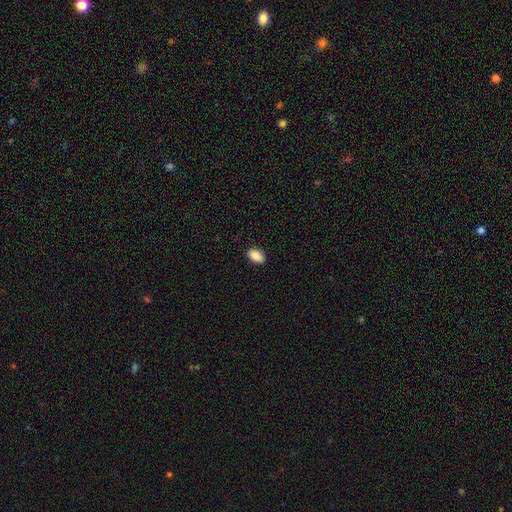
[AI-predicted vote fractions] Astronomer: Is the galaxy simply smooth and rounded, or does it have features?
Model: smooth — 90%.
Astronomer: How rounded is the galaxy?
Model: in between — 92%.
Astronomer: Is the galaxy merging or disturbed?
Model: none — 89%.